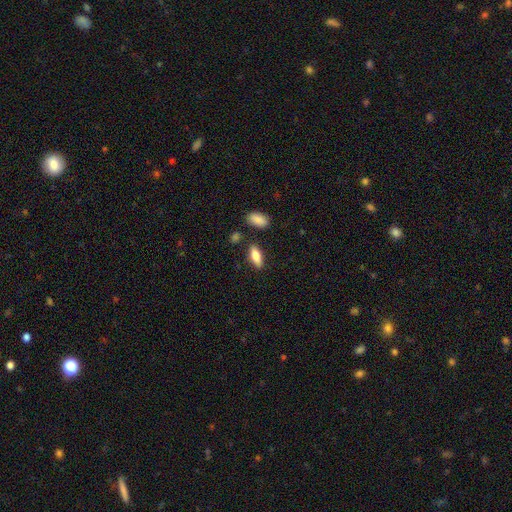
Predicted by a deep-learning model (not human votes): Q: Smooth or featured?
A: smooth (74%); runner-up: featured or disk (19%)
Q: How rounded?
A: in between (70%); runner-up: cigar-shaped (27%)
Q: Merging?
A: none (83%); runner-up: minor disturbance (10%)